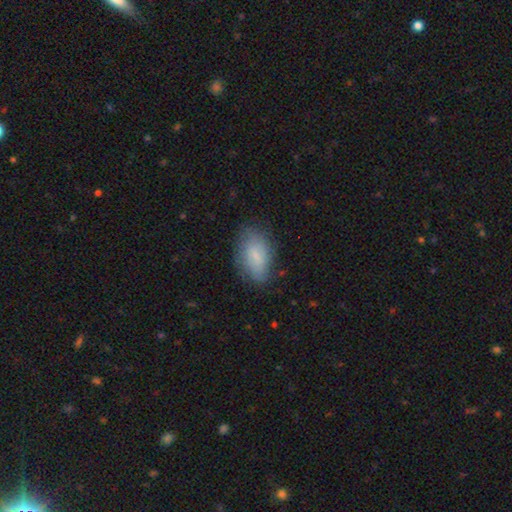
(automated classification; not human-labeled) The model was most divided on "merging": none: 73%, minor disturbance: 21%, major disturbance: 5%, merger: 1%. More confident: how rounded — in between (93%); smooth or featured — smooth (76%).